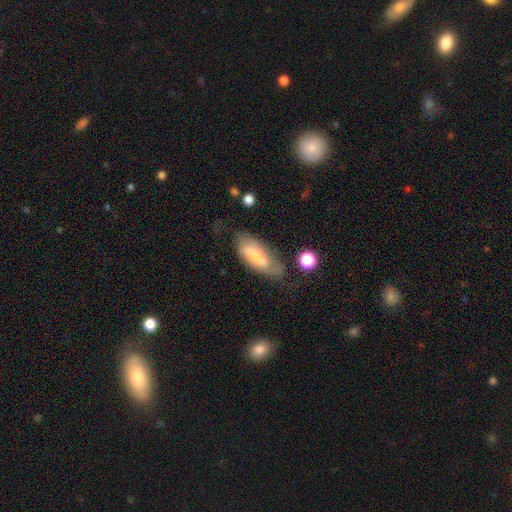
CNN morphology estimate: A smooth galaxy with no disk features (55%) that is in between round and cigar-shaped (65%).

Vote fractions:
- Smooth or featured? smooth: 55% / featured or disk: 38% / star or artifact: 8%
- How rounded? in between: 65% / cigar-shaped: 33% / round: 2%
- Merging? none: 56% / minor disturbance: 28% / major disturbance: 12% / merger: 4%